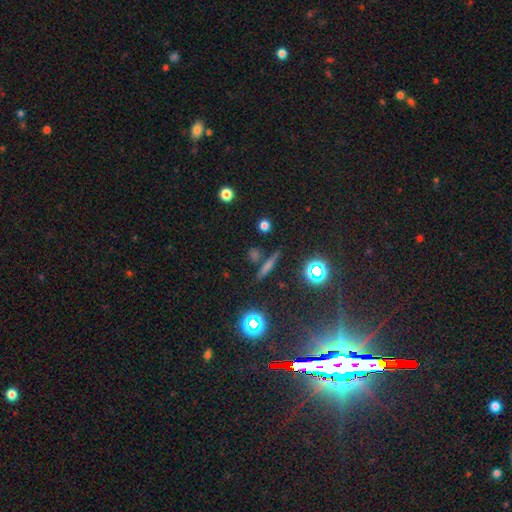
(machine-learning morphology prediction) Smooth or featured: smooth — 42% (star or artifact — 32%)
Merging: none — 82% (minor disturbance — 9%)